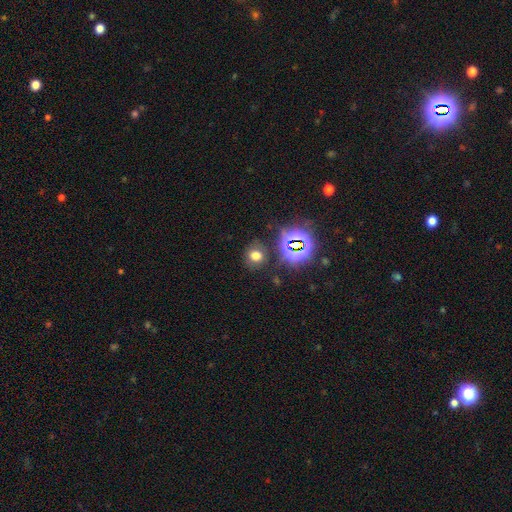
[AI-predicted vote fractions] Smooth or featured: smooth — 62% (star or artifact — 28%)
How rounded: round — 75% (in between — 23%)
Merging: none — 79% (minor disturbance — 12%)